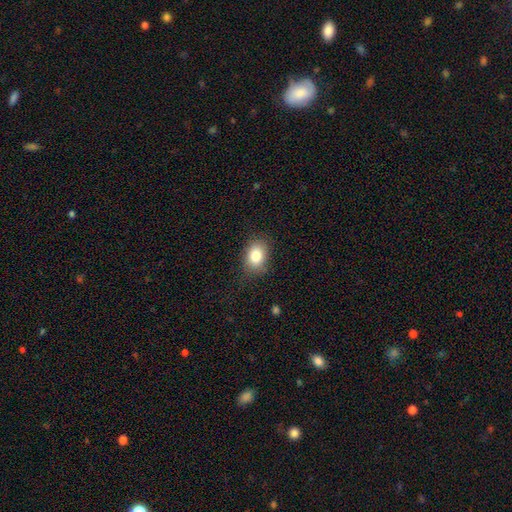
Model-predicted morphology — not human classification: type=smooth (83%); roundness=in between (71%); merging=none (79%).